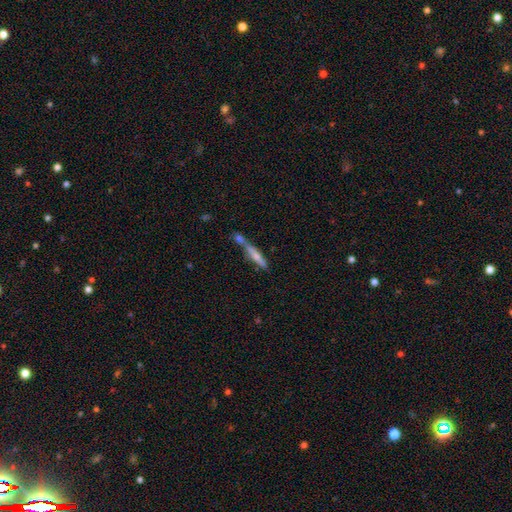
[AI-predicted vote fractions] Smooth or featured? smooth (54%)
How rounded? cigar-shaped (89%)
Merging? none (41%)